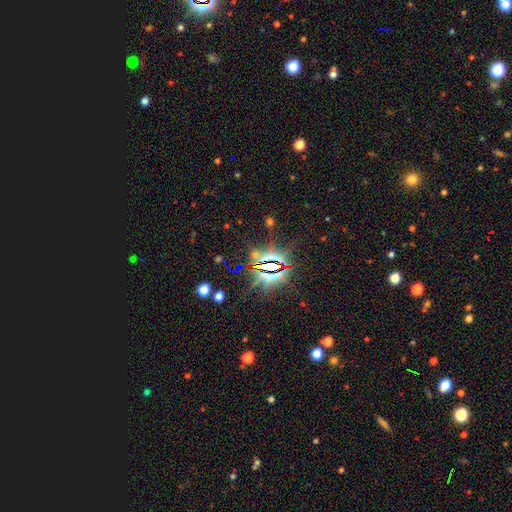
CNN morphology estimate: Smooth or featured: star or artifact — 81% (smooth — 11%)